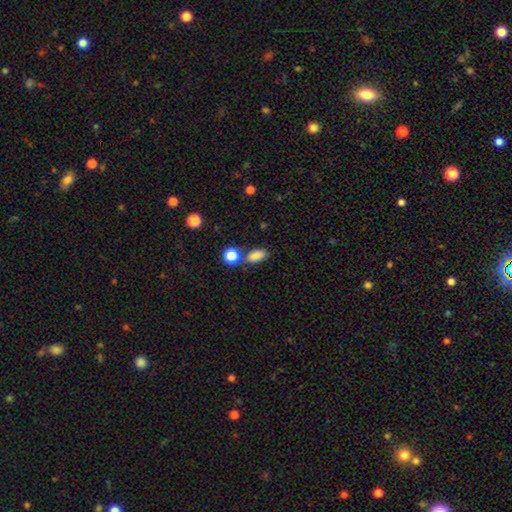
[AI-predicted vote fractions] Smooth or featured? smooth (86%)
How rounded? in between (85%)
Merging? none (66%)